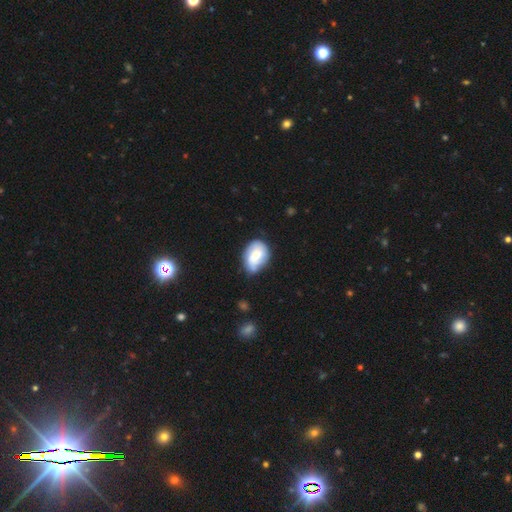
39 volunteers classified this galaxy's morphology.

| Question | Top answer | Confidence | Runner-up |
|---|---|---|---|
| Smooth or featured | smooth | 59% | featured or disk (33%) |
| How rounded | in between | 65% | round (35%) |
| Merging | minor disturbance | 64% | major disturbance (17%) |